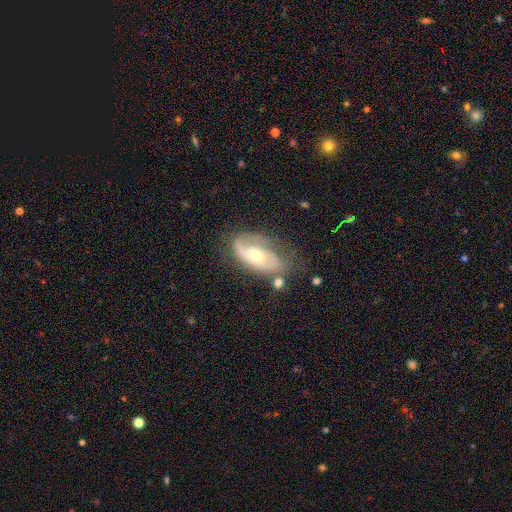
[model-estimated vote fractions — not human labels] Smooth or featured: featured or disk — 72% (smooth — 21%)
Edge-on disk: no — 92% (yes — 8%)
Bar: no — 58% (weak — 31%)
Spiral arms: yes — 84% (no — 16%)
Spiral winding: medium — 38% (tied with tight — 38%)
Spiral arm count: 2 — 47% (1 — 29%)
Bulge size: moderate — 54% (small — 41%)
Merging: none — 55% (minor disturbance — 24%)